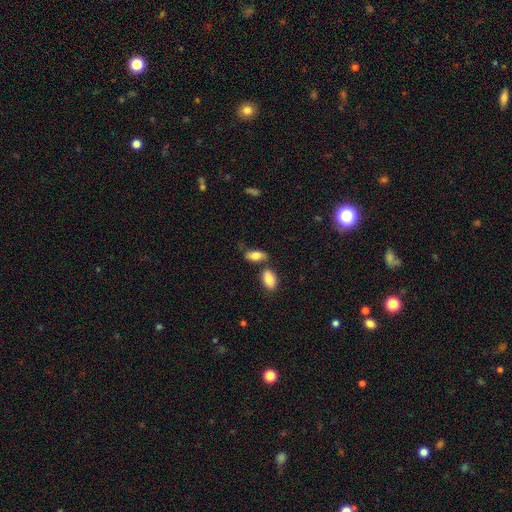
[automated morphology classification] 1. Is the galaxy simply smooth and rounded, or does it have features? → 77% smooth, 15% featured or disk, 8% star or artifact.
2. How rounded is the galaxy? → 89% in between, 8% cigar-shaped, 4% round.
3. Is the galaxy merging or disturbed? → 59% none, 19% merger, 17% minor disturbance, 5% major disturbance.